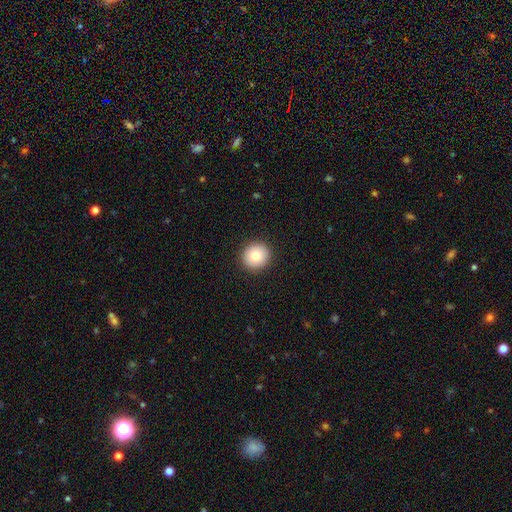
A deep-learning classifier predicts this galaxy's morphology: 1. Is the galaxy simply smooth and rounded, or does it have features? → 81% smooth, 10% featured or disk, 9% star or artifact.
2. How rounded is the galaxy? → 94% round, 5% in between, 1% cigar-shaped.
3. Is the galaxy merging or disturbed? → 92% none, 5% minor disturbance, 2% major disturbance, 1% merger.